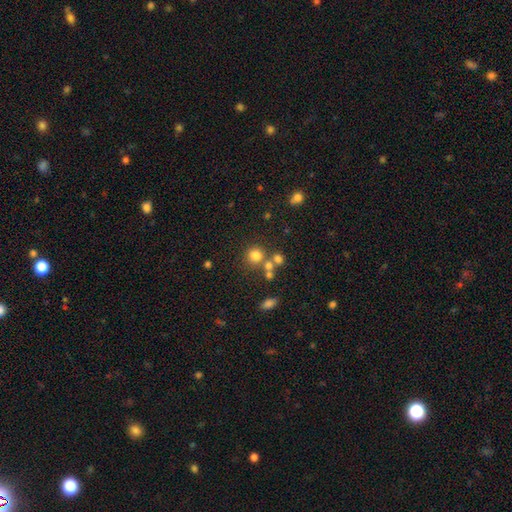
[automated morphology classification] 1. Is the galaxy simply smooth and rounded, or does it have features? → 75% smooth, 15% star or artifact, 9% featured or disk.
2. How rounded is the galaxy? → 88% round, 11% in between, 1% cigar-shaped.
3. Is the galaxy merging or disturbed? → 64% none, 23% merger, 9% minor disturbance, 5% major disturbance.